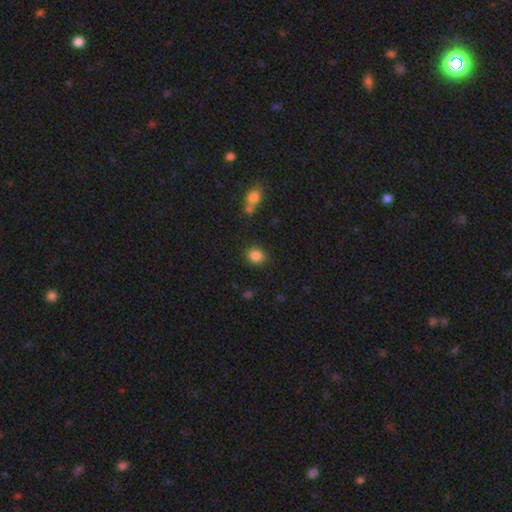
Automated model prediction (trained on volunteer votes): Smooth or featured: smooth — 86% (star or artifact — 10%)
How rounded: round — 63% (in between — 36%)
Merging: none — 82% (minor disturbance — 11%)